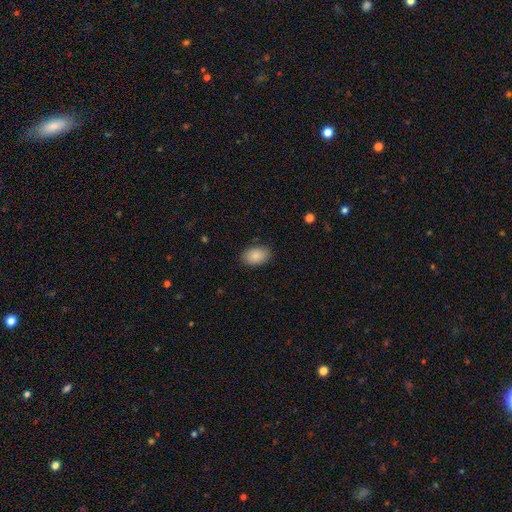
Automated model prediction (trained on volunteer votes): Smooth or featured? smooth (88%)
How rounded? in between (87%)
Merging? none (87%)